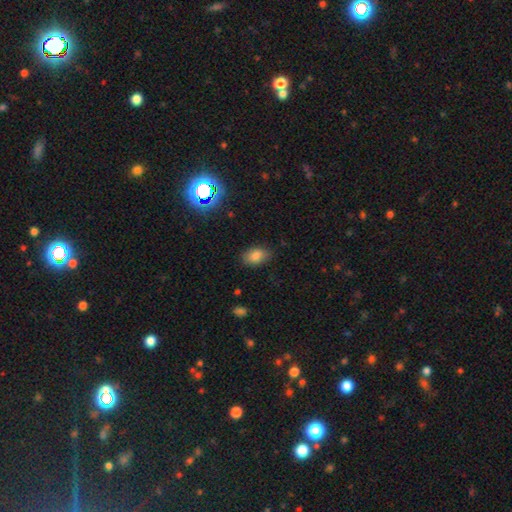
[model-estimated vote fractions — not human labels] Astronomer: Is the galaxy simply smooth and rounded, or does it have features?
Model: smooth — 82%.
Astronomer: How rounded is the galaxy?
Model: in between — 87%.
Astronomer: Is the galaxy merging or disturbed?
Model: none — 81%.